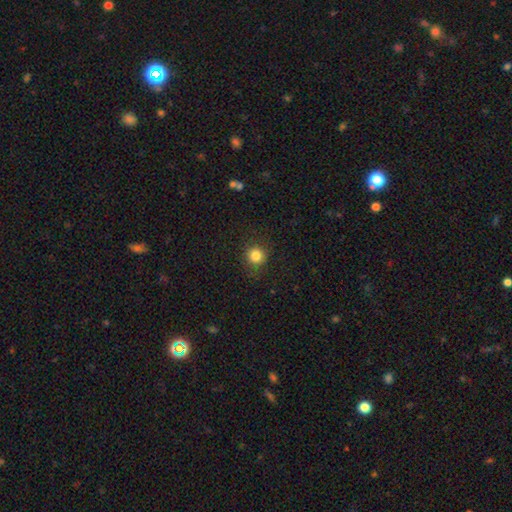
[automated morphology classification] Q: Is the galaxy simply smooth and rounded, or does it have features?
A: smooth — 84%.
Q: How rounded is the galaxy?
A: round — 92%.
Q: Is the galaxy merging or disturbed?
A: none — 87%.